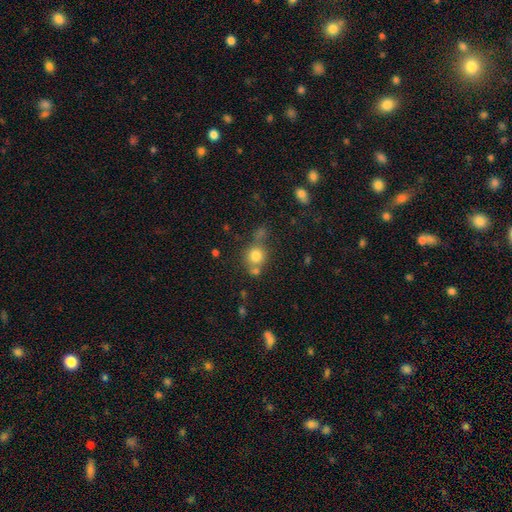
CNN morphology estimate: A smooth galaxy with no disk features (78%) that is round (84%). Merging: none (55%).